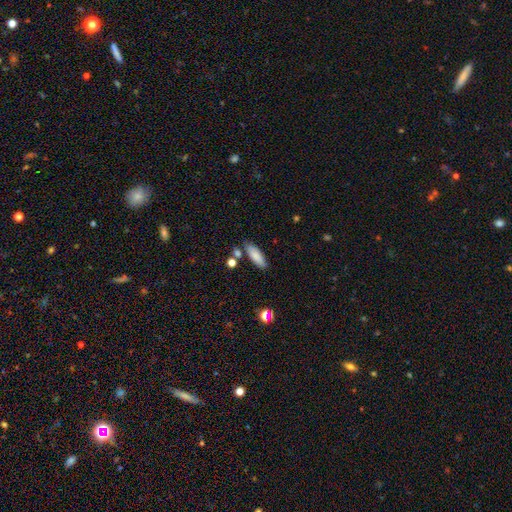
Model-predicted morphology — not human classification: Overall: smooth (83%). How rounded: in between (58%; cigar-shaped 40%). Merging: none (75%).